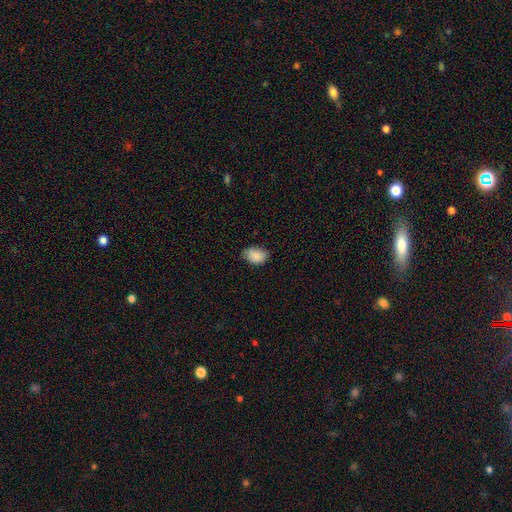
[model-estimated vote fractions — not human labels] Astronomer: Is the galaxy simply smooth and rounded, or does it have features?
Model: smooth — 88%.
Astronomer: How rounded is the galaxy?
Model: in between — 79%.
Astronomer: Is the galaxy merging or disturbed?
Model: none — 70%.